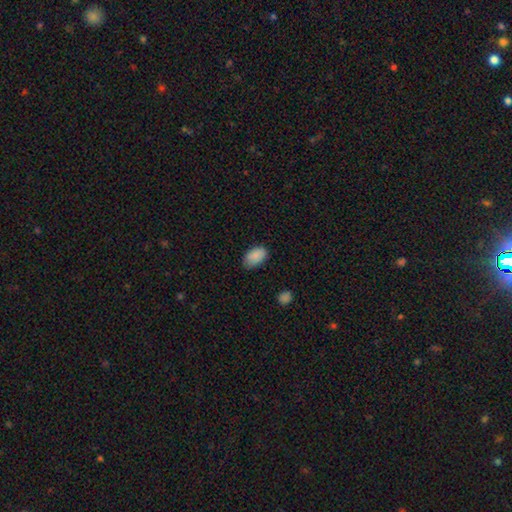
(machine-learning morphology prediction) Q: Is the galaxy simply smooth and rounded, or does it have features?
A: smooth — 89%.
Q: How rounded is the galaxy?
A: in between — 93%.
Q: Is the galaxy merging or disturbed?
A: none — 78%.